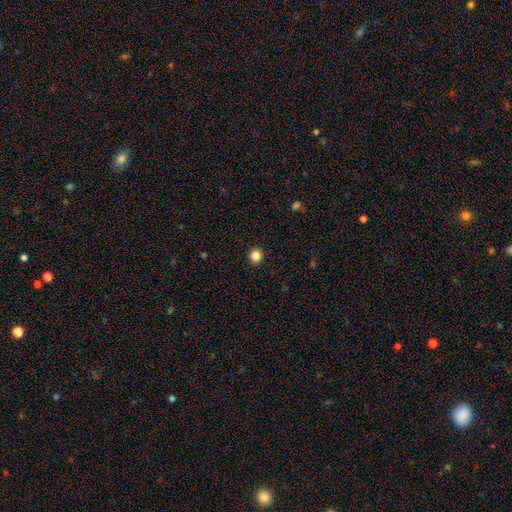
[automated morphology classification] Smooth or featured?
  - smooth: 86% *
  - star or artifact: 11%
  - featured or disk: 3%
How rounded?
  - round: 92% *
  - in between: 7%
  - cigar-shaped: 1%
Merging?
  - none: 93% *
  - minor disturbance: 4%
  - major disturbance: 1%
  - merger: 1%